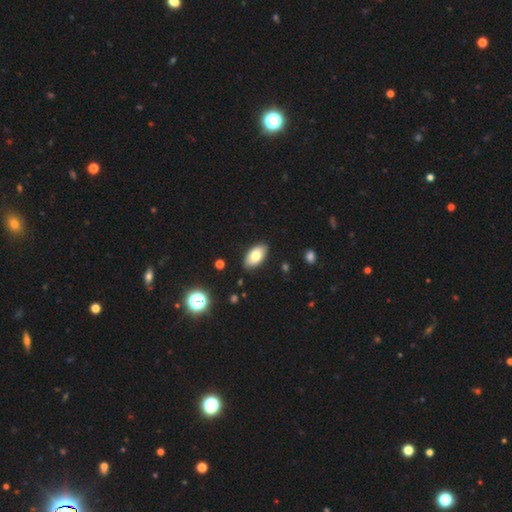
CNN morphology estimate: A smooth galaxy with no disk features (74%) that is in between round and cigar-shaped (93%). Merging: none (87%).